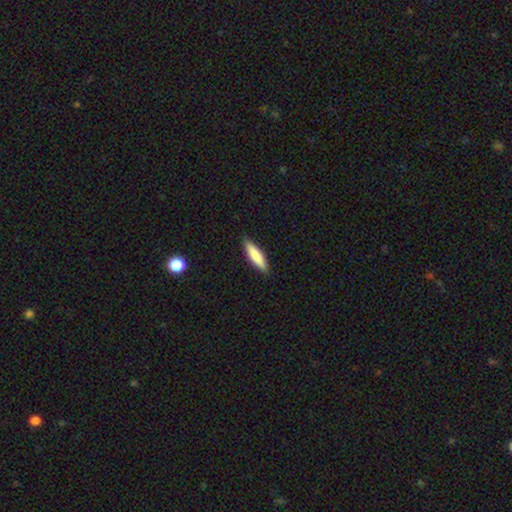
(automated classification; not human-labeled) Q: Smooth or featured?
A: smooth (79%); runner-up: featured or disk (15%)
Q: How rounded?
A: cigar-shaped (72%); runner-up: in between (26%)
Q: Merging?
A: none (88%); runner-up: minor disturbance (9%)